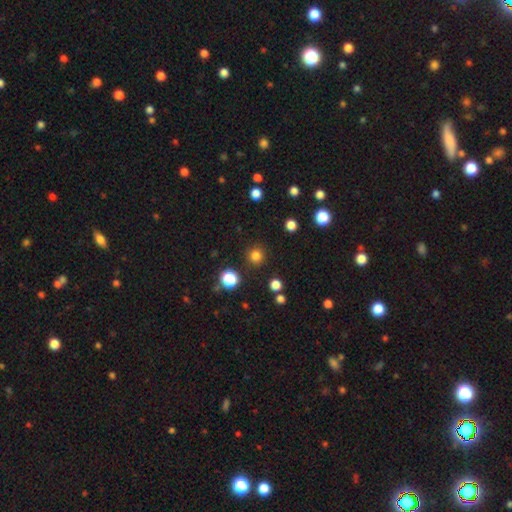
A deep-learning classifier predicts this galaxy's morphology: Smooth or featured?
  - smooth: 81% *
  - star or artifact: 15%
  - featured or disk: 4%
How rounded?
  - round: 94% *
  - in between: 5%
  - cigar-shaped: 1%
Merging?
  - none: 89% *
  - minor disturbance: 6%
  - major disturbance: 2%
  - merger: 2%